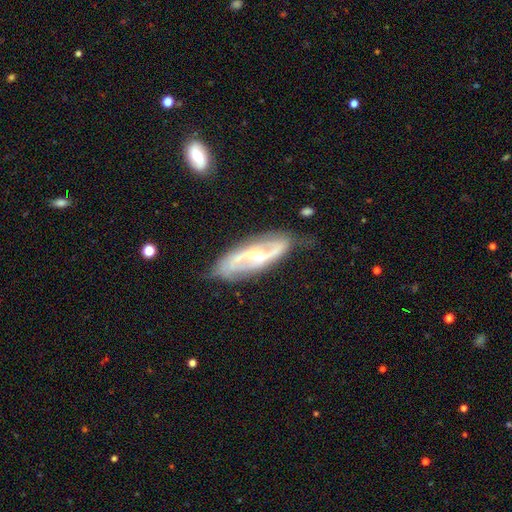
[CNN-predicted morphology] This is clearly a featured or disk galaxy (85%). It is clearly not viewed edge-on (90%). Bar: marginally weak (43%). Spiral arm pattern: clearly yes (94%). Spiral arm count: clearly 2 (87%). Spiral winding: marginally medium (42%). Central bulge: possibly moderate (51%). Merging: likely none (72%).